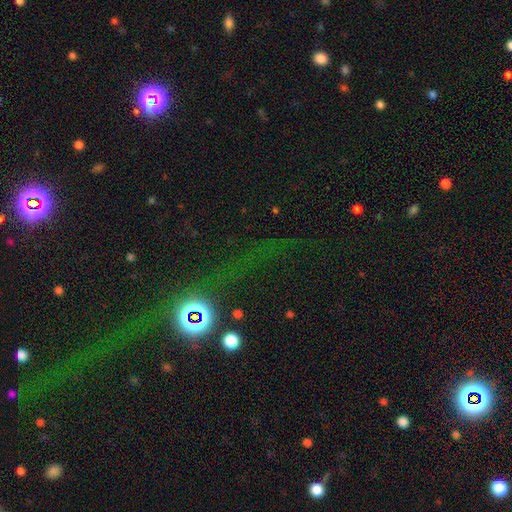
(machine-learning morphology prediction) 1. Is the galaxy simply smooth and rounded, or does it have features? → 78% star or artifact, 12% smooth, 10% featured or disk.